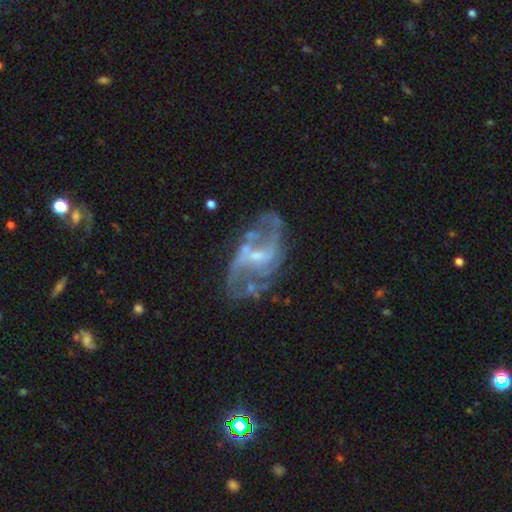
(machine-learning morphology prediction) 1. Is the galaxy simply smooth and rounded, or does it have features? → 86% featured or disk, 7% star or artifact, 7% smooth.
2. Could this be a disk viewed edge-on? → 97% no, 3% yes.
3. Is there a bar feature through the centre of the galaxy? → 53% weak, 31% no, 16% strong.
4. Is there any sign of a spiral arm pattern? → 91% yes, 9% no.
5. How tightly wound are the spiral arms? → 44% loose, 42% medium, 14% tight.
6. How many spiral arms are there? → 61% 2, 16% can't tell, 11% 3, 4% 4, 4% 1, 3% more than 4.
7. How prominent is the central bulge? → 58% small, 30% moderate, 9% none, 2% large, 1% dominant.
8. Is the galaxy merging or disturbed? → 60% none, 19% minor disturbance, 16% major disturbance, 5% merger.